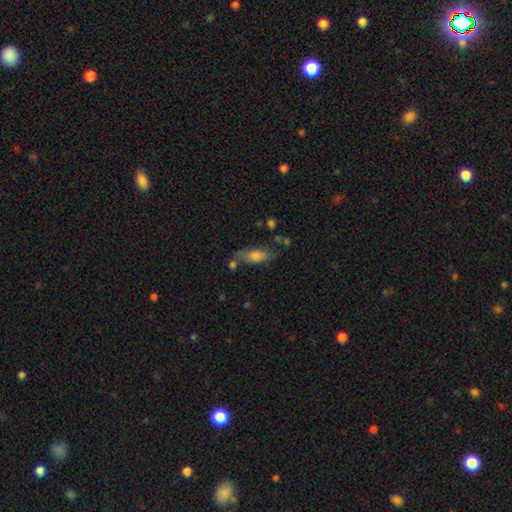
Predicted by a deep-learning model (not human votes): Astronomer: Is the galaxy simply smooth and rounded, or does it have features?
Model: smooth — 71%.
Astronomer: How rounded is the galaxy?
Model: in between — 69%.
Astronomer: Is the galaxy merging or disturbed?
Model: none — 65%.